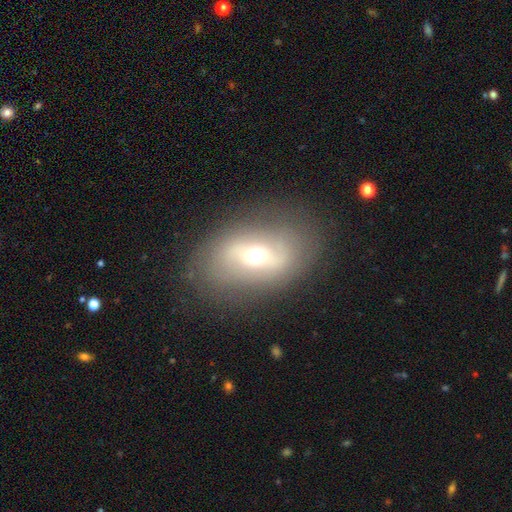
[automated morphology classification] The model was most divided on "bar": weak: 39%, strong: 36%, no: 25%. More confident: edge-on disk — no (88%); merging — none (80%); bulge size — moderate (63%); smooth or featured — featured or disk (59%); spiral arms — no (52%).